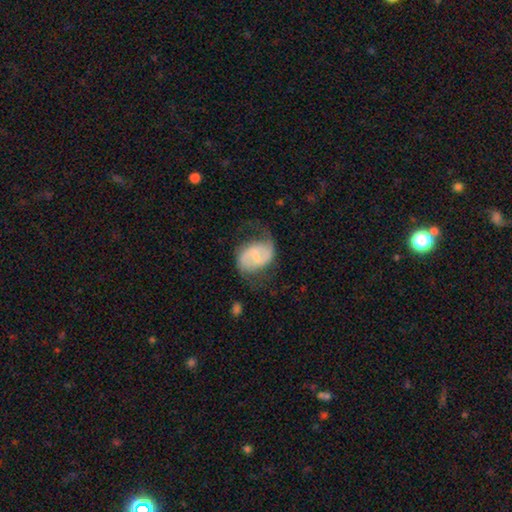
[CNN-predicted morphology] Smooth or featured?
  - featured or disk: 70% *
  - smooth: 24%
  - star or artifact: 7%
Edge-on disk?
  - no: 98% *
  - yes: 2%
Bar?
  - weak: 53% *
  - no: 27%
  - strong: 20%
Spiral arms?
  - yes: 91% *
  - no: 9%
Spiral winding?
  - medium: 43% *
  - loose: 42%
  - tight: 14%
Spiral arm count?
  - 2: 87% *
  - can't tell: 6%
  - 1: 4%
  - 3: 1%
  - 4: 1%
  - more than 4: 1%
Bulge size?
  - small: 49% *
  - moderate: 27%
  - none: 19%
  - large: 4%
  - dominant: 1%
Merging?
  - none: 55% *
  - minor disturbance: 23%
  - major disturbance: 20%
  - merger: 2%